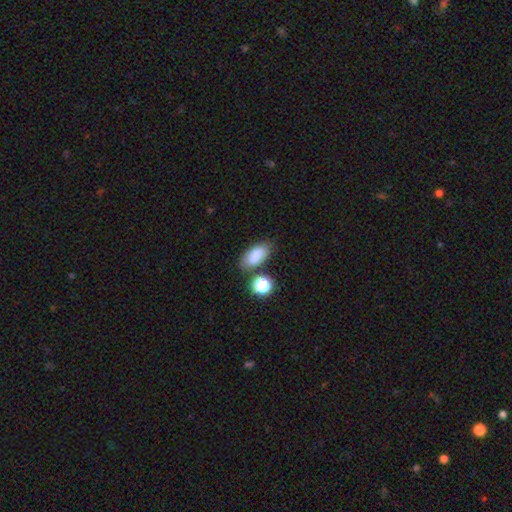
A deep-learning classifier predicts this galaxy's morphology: smooth-or-featured: smooth: 81% | star or artifact: 11% | featured or disk: 8%
  how-rounded: in between: 89% | round: 6% | cigar-shaped: 5%
  merging: none: 69% | minor disturbance: 15% | merger: 11% | major disturbance: 5%